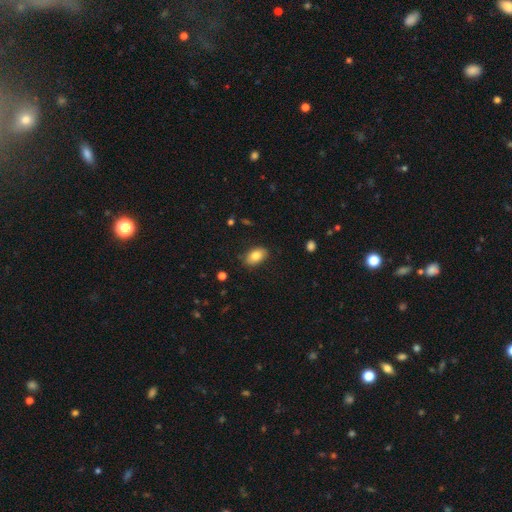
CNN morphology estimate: A smooth galaxy with no disk features (82%) that is in between round and cigar-shaped (90%). Merging: none (84%).